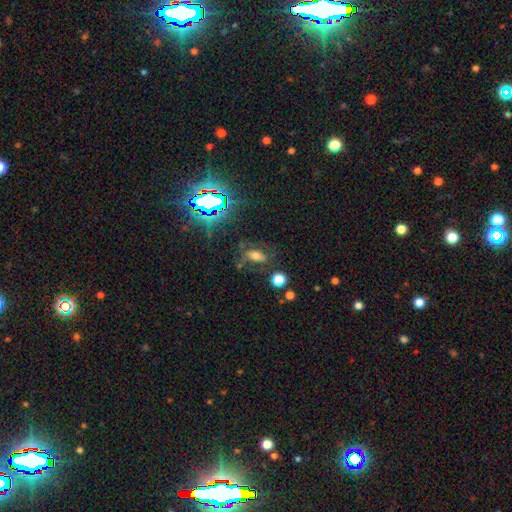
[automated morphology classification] Smooth or featured?
  - smooth: 42% *
  - featured or disk: 33%
  - star or artifact: 26%
Merging?
  - none: 56% *
  - minor disturbance: 20%
  - major disturbance: 18%
  - merger: 5%